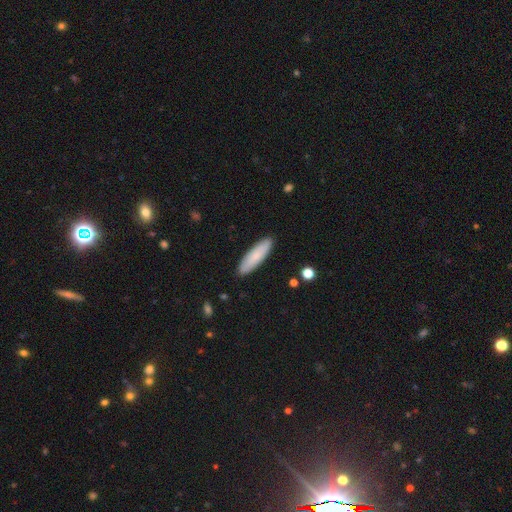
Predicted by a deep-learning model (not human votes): smooth 80%, featured or disk 14%, star or artifact 6%. Down the decision tree: how rounded — cigar-shaped (64%); merging — none (90%).